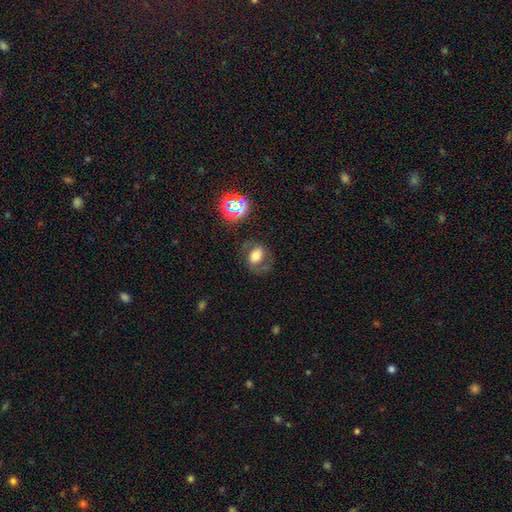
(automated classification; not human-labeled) featured or disk 43%, smooth 42%, star or artifact 15%. Down the decision tree: merging — none (67%).